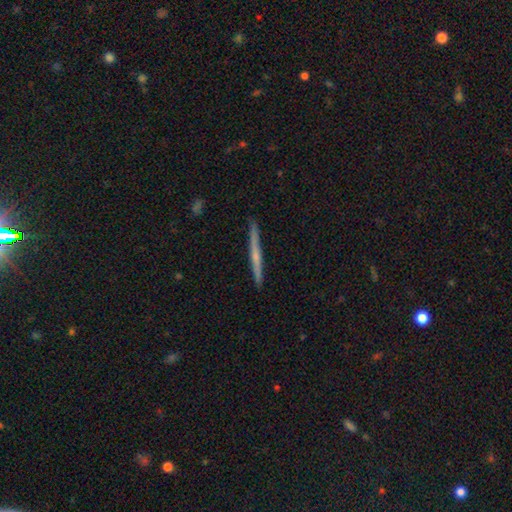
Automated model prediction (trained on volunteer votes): This is likely a featured or disk galaxy (62%). It is clearly viewed edge-on (98%). Edge-on bulge: possibly none (47%). Merging: clearly none (92%).